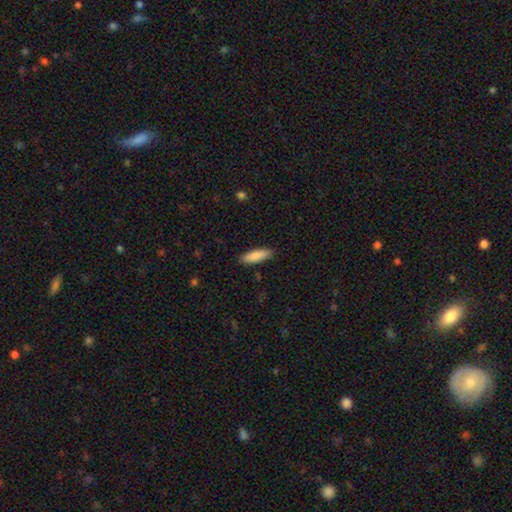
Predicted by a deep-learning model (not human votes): Smooth or featured? Predicted: smooth (p=0.87). How rounded? Predicted: cigar-shaped (p=0.51). Merging? Predicted: none (p=0.89).